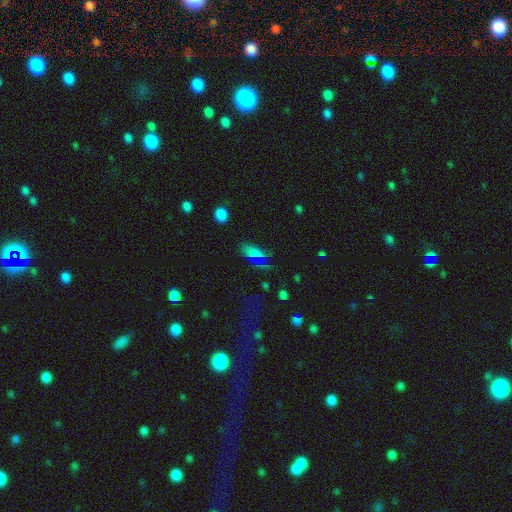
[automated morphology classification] smooth-or-featured: smooth: 61% | star or artifact: 22% | featured or disk: 17%
  how-rounded: in between: 76% | cigar-shaped: 16% | round: 7%
  merging: none: 54% | minor disturbance: 23% | major disturbance: 16% | merger: 7%